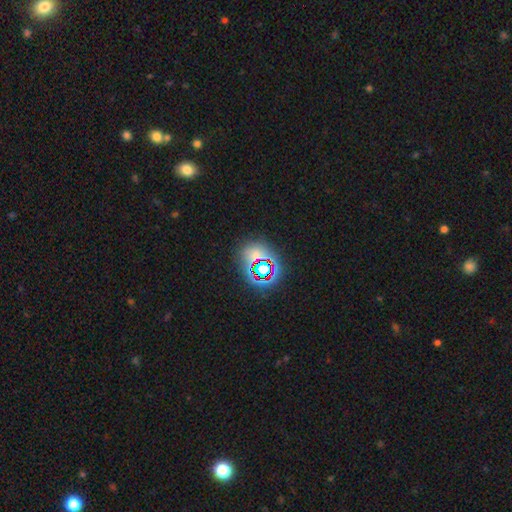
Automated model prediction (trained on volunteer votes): A star or artifact, not a galaxy (55%).

Vote fractions:
- Smooth or featured? star or artifact: 55% / smooth: 34% / featured or disk: 11%